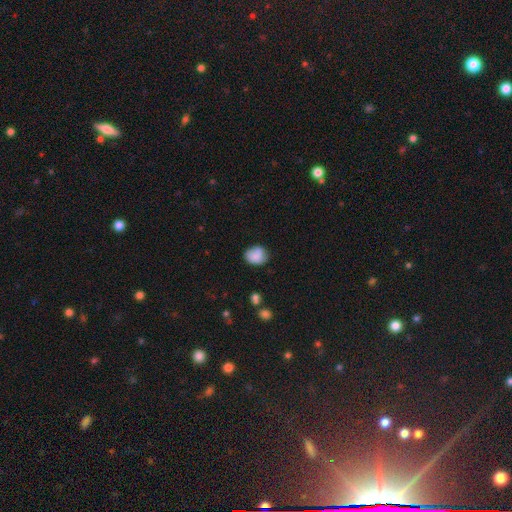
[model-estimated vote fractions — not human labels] smooth_or_featured: smooth (p=0.84) [alt: star or artifact p=0.08]
how_rounded: round (p=0.51) [alt: in between p=0.48]
merging: none (p=0.66) [alt: minor disturbance p=0.25]